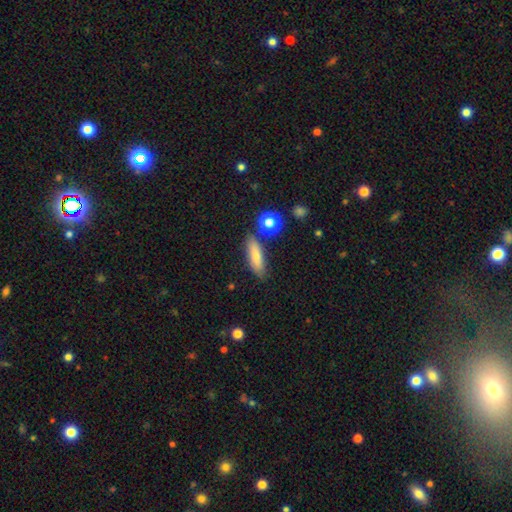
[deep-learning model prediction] A smooth galaxy with no disk features (76%) that is cigar-shaped (55%). Merging: none (79%).